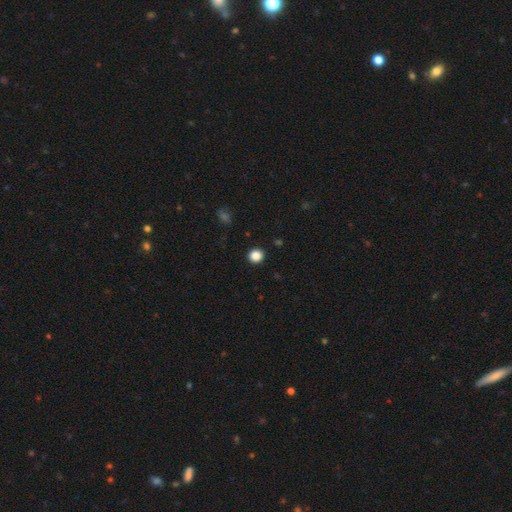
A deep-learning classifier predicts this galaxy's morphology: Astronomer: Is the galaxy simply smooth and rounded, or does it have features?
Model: smooth — 86%.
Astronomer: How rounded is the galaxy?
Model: round — 88%.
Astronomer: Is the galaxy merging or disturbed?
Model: none — 92%.